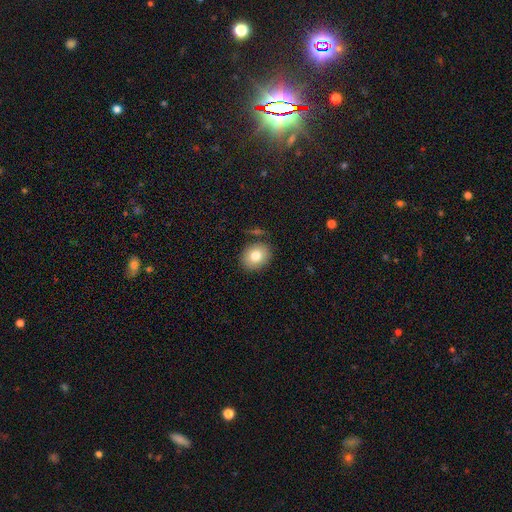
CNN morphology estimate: Smooth or featured? smooth (80%)
How rounded? round (54%)
Merging? none (83%)